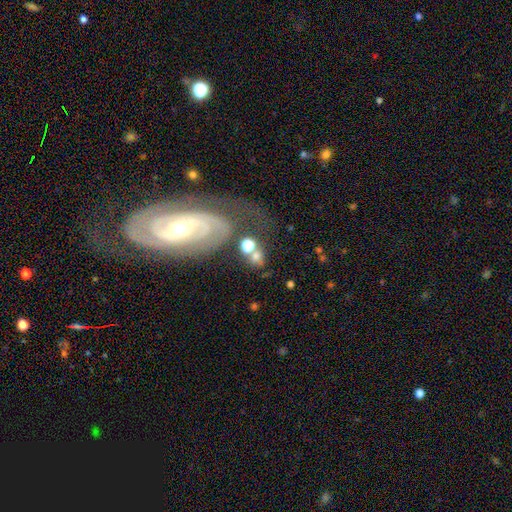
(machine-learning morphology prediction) This appears to be a smooth galaxy with no disk features (58%) that is round (65%). Merging: none (56%).